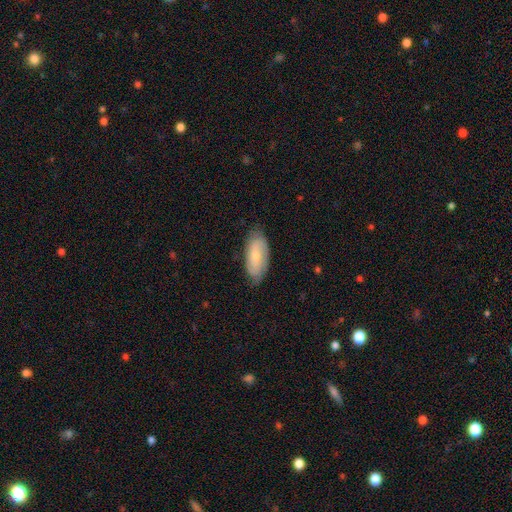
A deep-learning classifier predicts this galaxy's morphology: Smooth or featured?
  - smooth: 53% *
  - featured or disk: 41%
  - star or artifact: 6%
How rounded?
  - in between: 86% *
  - cigar-shaped: 12%
  - round: 2%
Merging?
  - none: 75% *
  - minor disturbance: 20%
  - major disturbance: 4%
  - merger: 1%